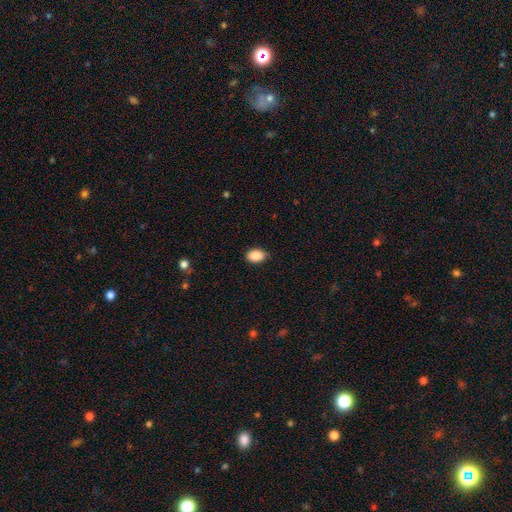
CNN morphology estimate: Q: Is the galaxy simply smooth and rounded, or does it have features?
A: smooth — 89%.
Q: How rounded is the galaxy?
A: in between — 87%.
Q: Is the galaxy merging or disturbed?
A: none — 77%.